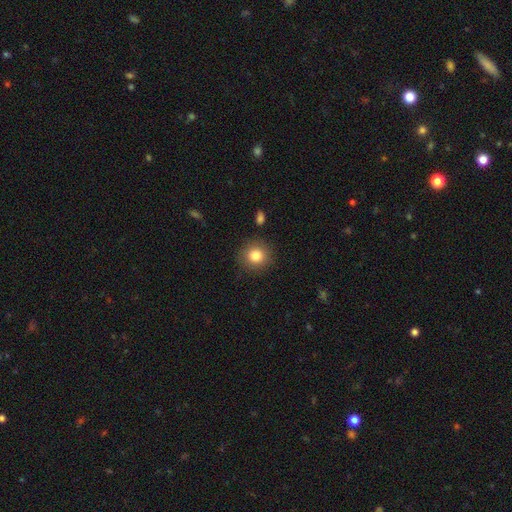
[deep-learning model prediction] Morphology: type=smooth (82%); roundness=round (90%); merging=none (88%).